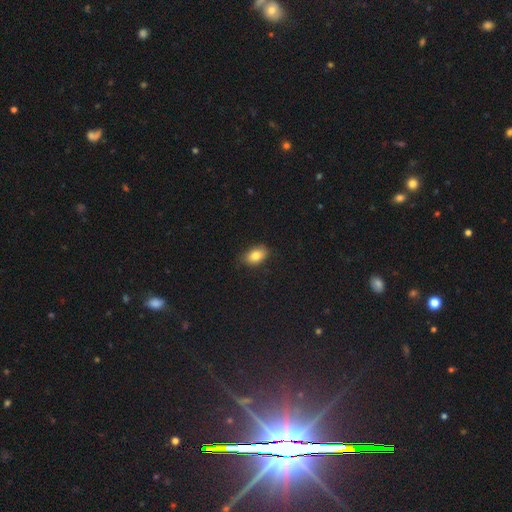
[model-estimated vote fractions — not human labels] A smooth galaxy with no disk features (82%) that is in between round and cigar-shaped (86%). Merging: none (80%).